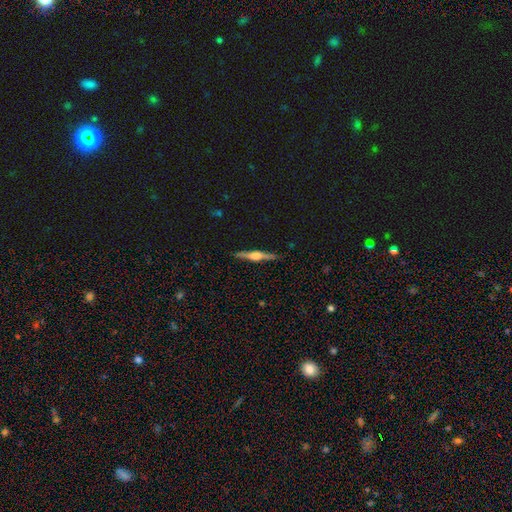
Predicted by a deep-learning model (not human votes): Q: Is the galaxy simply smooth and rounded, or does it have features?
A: featured or disk — 74%.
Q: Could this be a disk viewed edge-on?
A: yes — 98%.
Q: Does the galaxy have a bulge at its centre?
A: rounded — 83%.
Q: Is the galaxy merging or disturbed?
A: none — 89%.